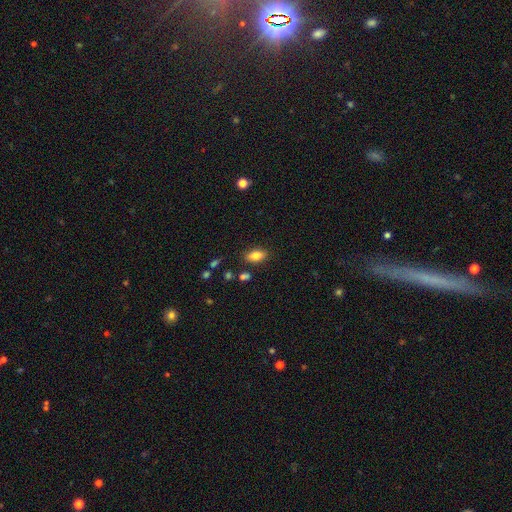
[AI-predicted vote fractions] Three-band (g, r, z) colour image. It shows a smooth galaxy with no disk features (82%) that is in between round and cigar-shaped (89%). Merging: none (84%).